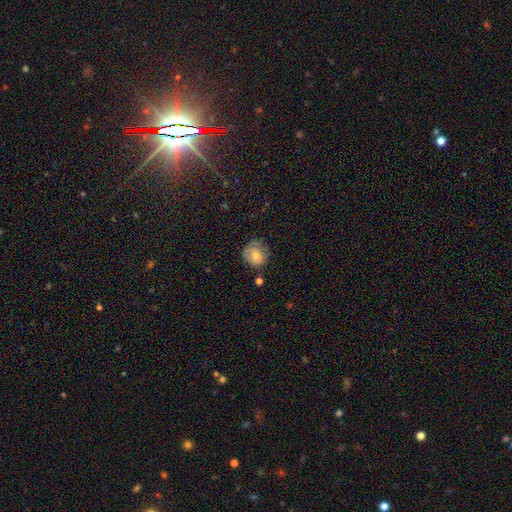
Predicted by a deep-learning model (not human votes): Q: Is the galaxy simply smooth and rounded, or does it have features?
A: smooth — 62%.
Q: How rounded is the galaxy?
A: round — 81%.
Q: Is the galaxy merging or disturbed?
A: none — 63%.